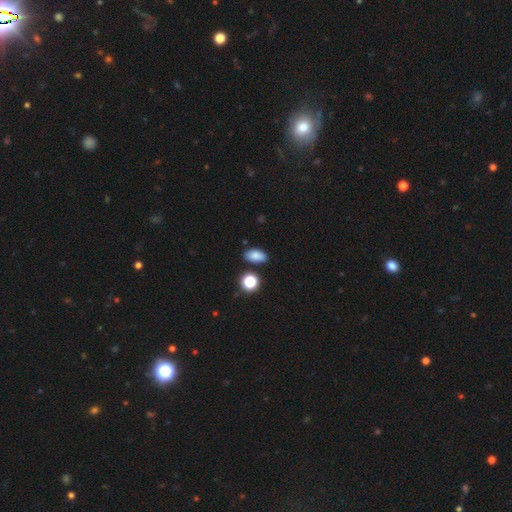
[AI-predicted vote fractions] Q: Smooth or featured?
A: smooth (83%); runner-up: star or artifact (12%)
Q: How rounded?
A: in between (88%); runner-up: round (9%)
Q: Merging?
A: none (81%); runner-up: minor disturbance (12%)